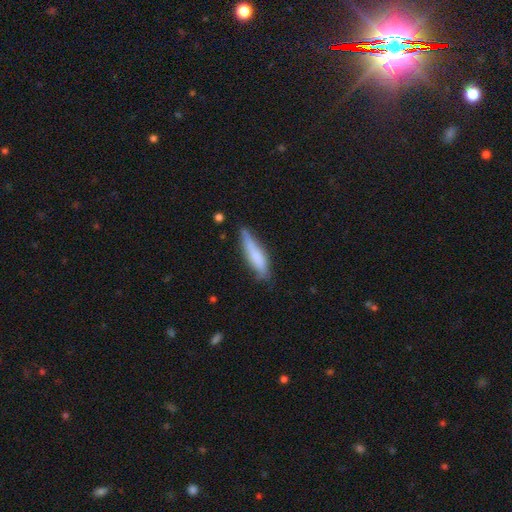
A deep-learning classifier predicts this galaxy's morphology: smooth-or-featured: smooth: 70% | featured or disk: 24% | star or artifact: 6%
  how-rounded: cigar-shaped: 79% | in between: 20% | round: 2%
  merging: none: 63% | minor disturbance: 28% | major disturbance: 6% | merger: 3%